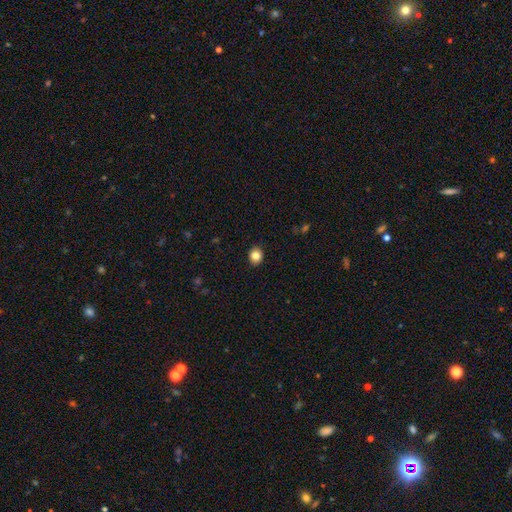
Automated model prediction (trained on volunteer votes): smooth_or_featured: smooth (p=0.84) [alt: star or artifact p=0.10]
how_rounded: round (p=0.62) [alt: in between p=0.37]
merging: none (p=0.91) [alt: minor disturbance p=0.07]